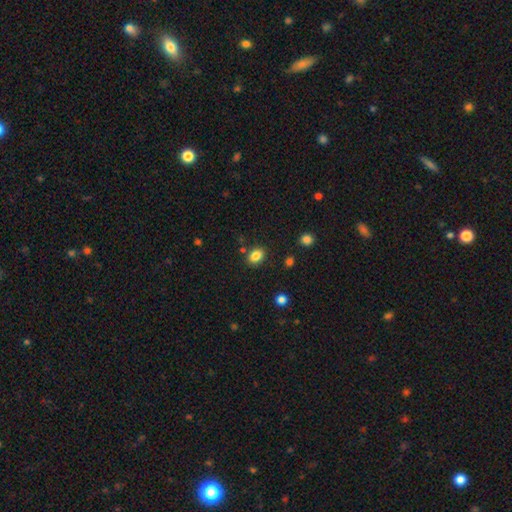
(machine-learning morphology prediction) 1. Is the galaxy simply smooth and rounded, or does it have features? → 85% smooth, 10% star or artifact, 5% featured or disk.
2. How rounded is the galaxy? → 68% in between, 31% round, 1% cigar-shaped.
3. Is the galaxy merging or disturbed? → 83% none, 10% minor disturbance, 4% merger, 3% major disturbance.